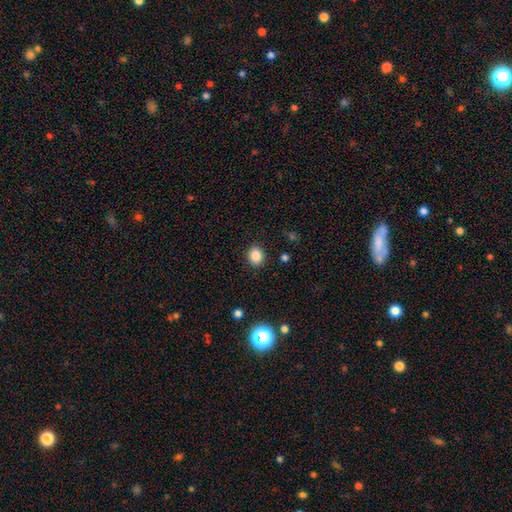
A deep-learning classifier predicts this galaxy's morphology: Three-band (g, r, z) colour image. It shows a smooth galaxy with no disk features (86%) that is round (73%). Merging: none (89%).